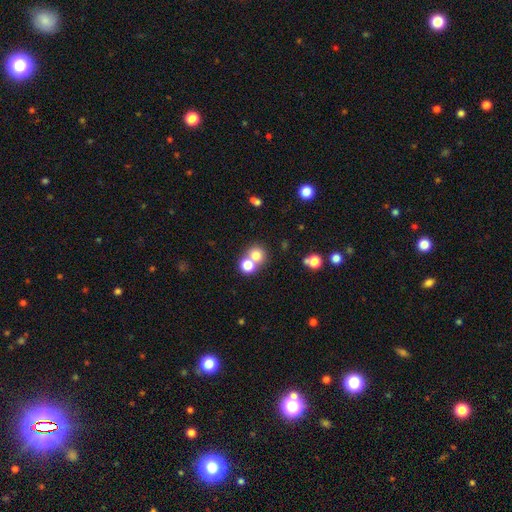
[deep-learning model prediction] Smooth or featured?
  - smooth: 75% *
  - star or artifact: 15%
  - featured or disk: 10%
How rounded?
  - round: 85% *
  - in between: 15%
  - cigar-shaped: 1%
Merging?
  - none: 47% *
  - merger: 44%
  - minor disturbance: 6%
  - major disturbance: 3%